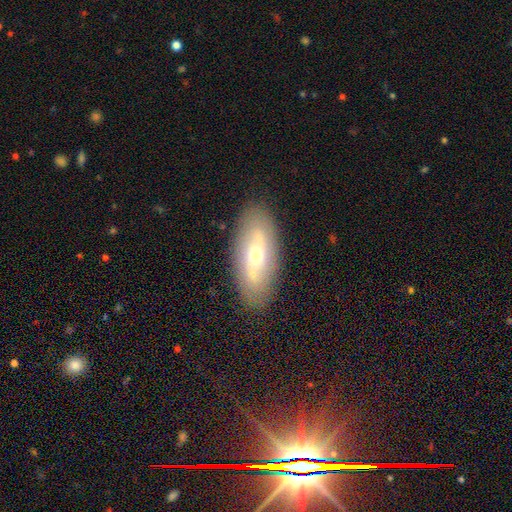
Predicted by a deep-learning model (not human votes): A featured or disk galaxy (56%).

Vote fractions:
- Smooth or featured? featured or disk: 56% / smooth: 36% / star or artifact: 7%
- Edge-on disk? no: 82% / yes: 18%
- Merging? none: 88% / minor disturbance: 8% / major disturbance: 2% / merger: 1%